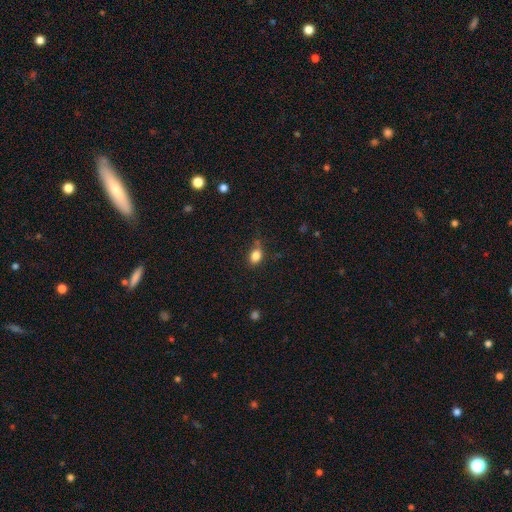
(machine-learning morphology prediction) Smooth or featured? Predicted: smooth (p=0.84). How rounded? Predicted: in between (p=0.70). Merging? Predicted: none (p=0.65).